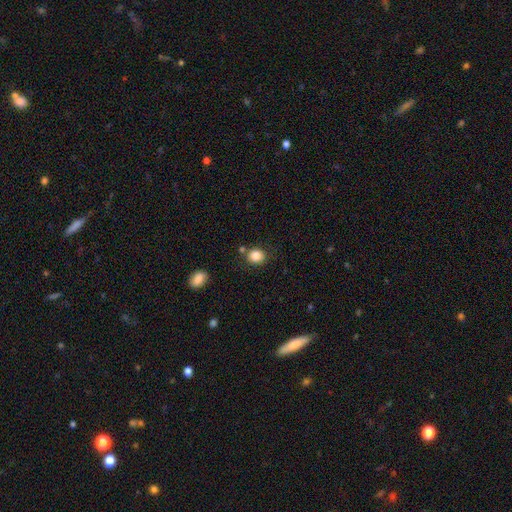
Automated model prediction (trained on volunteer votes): smooth-or-featured: smooth: 85% | star or artifact: 10% | featured or disk: 5%
  how-rounded: round: 77% | in between: 22% | cigar-shaped: 1%
  merging: none: 77% | minor disturbance: 11% | merger: 8% | major disturbance: 3%